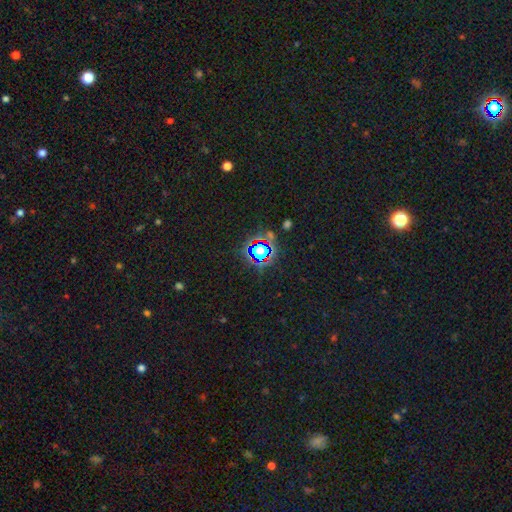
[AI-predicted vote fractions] A star or artifact, not a galaxy (64%).

Vote fractions:
- Smooth or featured? star or artifact: 64% / smooth: 26% / featured or disk: 10%